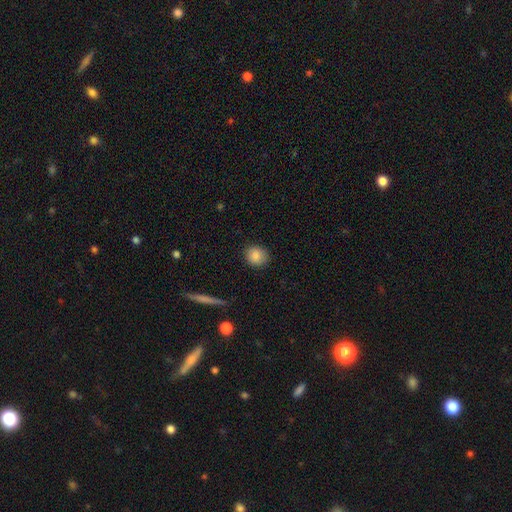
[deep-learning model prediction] Smooth or featured?
  - smooth: 86% *
  - star or artifact: 9%
  - featured or disk: 6%
How rounded?
  - round: 82% *
  - in between: 16%
  - cigar-shaped: 1%
Merging?
  - none: 89% *
  - minor disturbance: 8%
  - major disturbance: 2%
  - merger: 1%